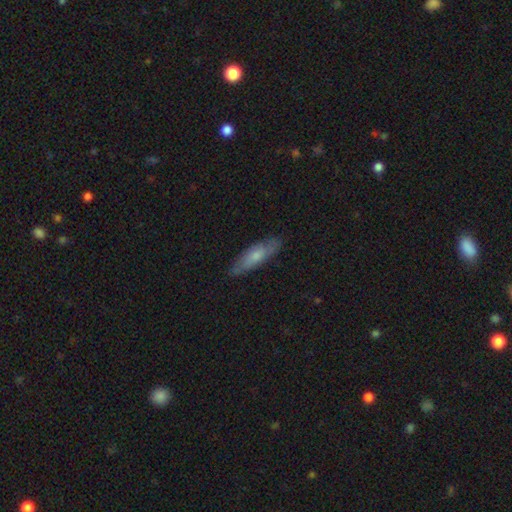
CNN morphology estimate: This is likely a smooth galaxy (61%). How rounded: possibly cigar-shaped (60%). Merging: clearly none (81%).